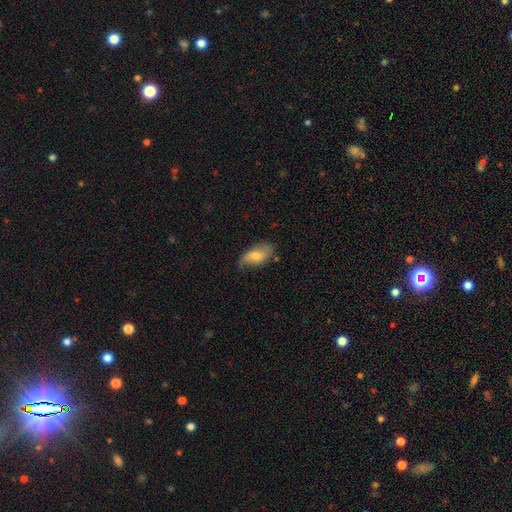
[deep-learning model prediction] A smooth galaxy with no disk features (61%) that is in between round and cigar-shaped (92%). Merging: none (52%).